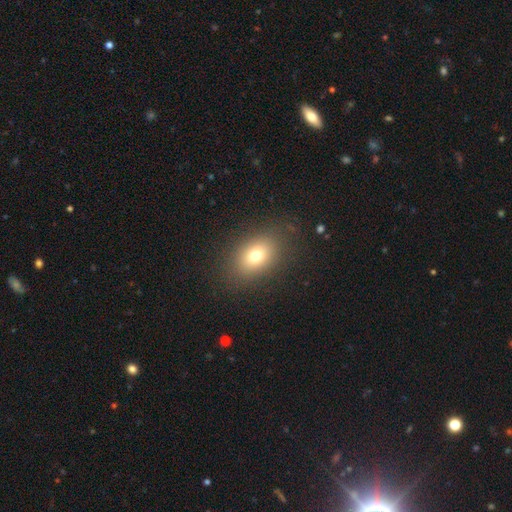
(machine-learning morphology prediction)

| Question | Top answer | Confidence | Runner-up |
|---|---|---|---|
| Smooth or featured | smooth | 75% | featured or disk (13%) |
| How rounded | in between | 76% | round (22%) |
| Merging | none | 84% | minor disturbance (10%) |